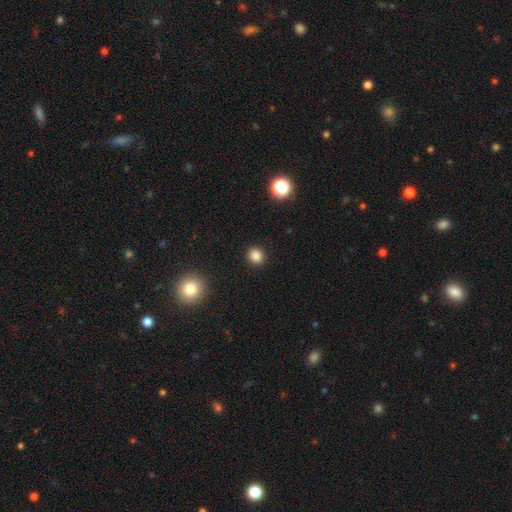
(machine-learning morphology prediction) Overall: smooth (85%). How rounded: round (79%). Merging: none (92%).